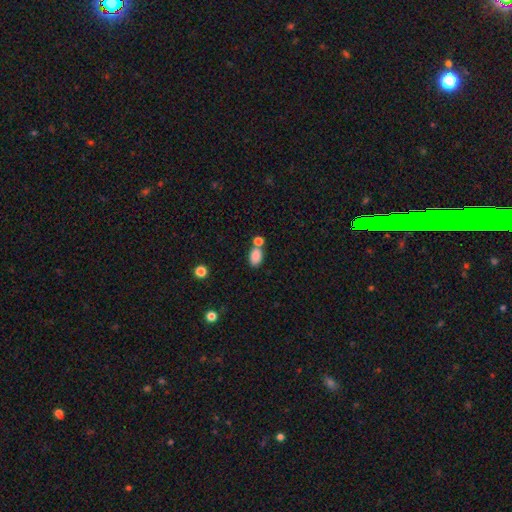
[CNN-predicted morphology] smooth_or_featured: smooth (p=0.85) [alt: star or artifact p=0.09]
how_rounded: in between (p=0.87) [alt: round p=0.11]
merging: none (p=0.51) [alt: merger p=0.33]